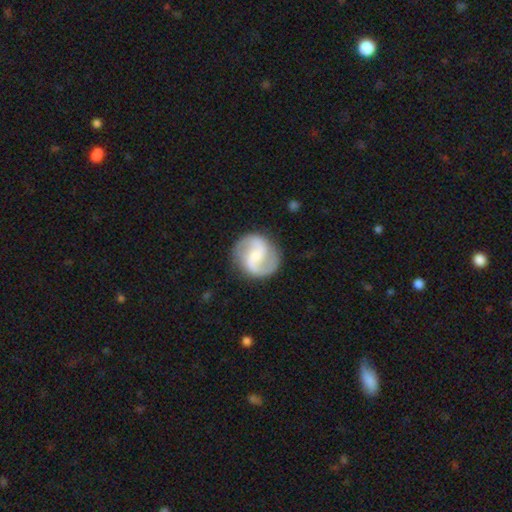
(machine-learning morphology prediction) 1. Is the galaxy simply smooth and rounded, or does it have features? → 83% featured or disk, 12% smooth, 5% star or artifact.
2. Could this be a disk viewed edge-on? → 98% no, 2% yes.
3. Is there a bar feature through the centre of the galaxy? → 49% weak, 27% strong, 25% no.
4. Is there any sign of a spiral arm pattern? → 96% yes, 4% no.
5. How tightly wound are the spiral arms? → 49% medium, 34% loose, 17% tight.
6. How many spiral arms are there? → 93% 2, 3% can't tell, 2% 1, 1% 3, 1% 4, 1% more than 4.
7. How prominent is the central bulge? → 45% small, 34% moderate, 13% none, 6% large, 2% dominant.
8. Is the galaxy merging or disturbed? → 84% none, 10% minor disturbance, 4% major disturbance, 1% merger.